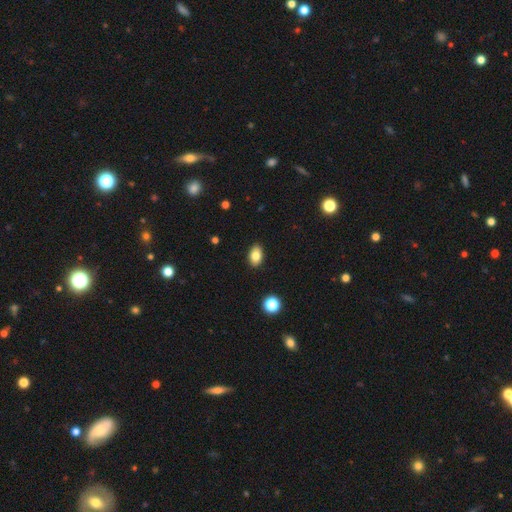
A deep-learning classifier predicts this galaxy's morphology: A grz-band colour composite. It shows a smooth galaxy with no disk features (82%) that is in between round and cigar-shaped (88%). Merging: none (89%).